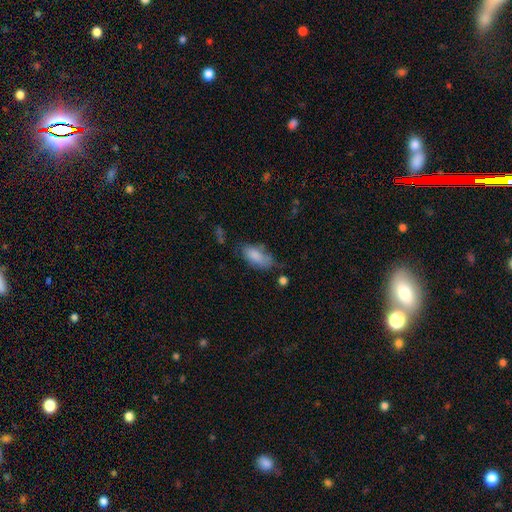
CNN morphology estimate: Q: Smooth or featured?
A: smooth (83%); runner-up: featured or disk (10%)
Q: How rounded?
A: in between (89%); runner-up: cigar-shaped (8%)
Q: Merging?
A: none (51%); runner-up: minor disturbance (32%)